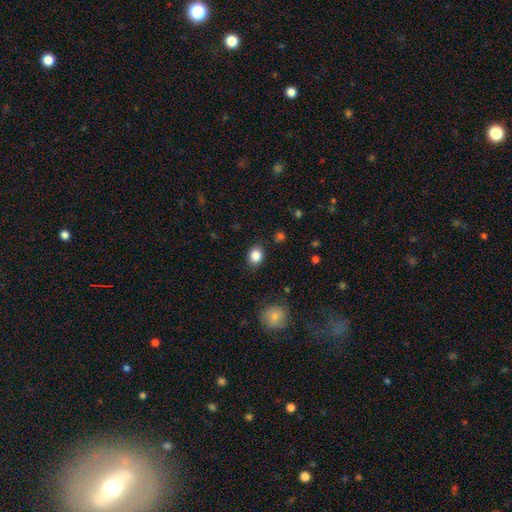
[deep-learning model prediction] Morphology: type=smooth (85%); roundness=round (51%); merging=none (85%).